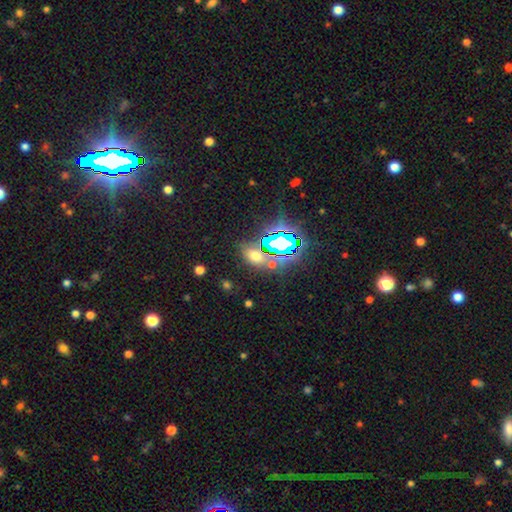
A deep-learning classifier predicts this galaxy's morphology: A smooth galaxy with no disk features (47%). Merging: none (73%).